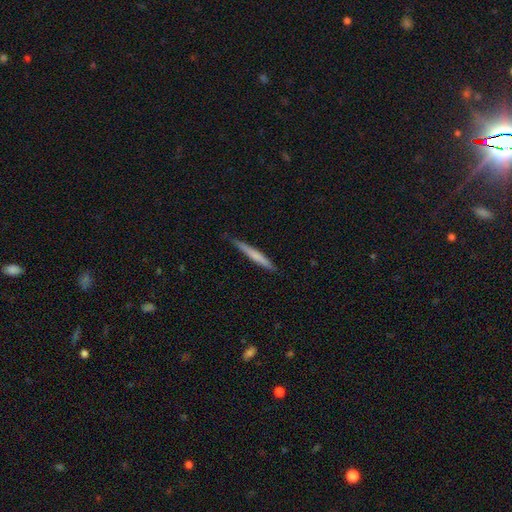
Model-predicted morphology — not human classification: Smooth or featured? Predicted: smooth (p=0.61). How rounded? Predicted: cigar-shaped (p=0.96). Merging? Predicted: none (p=0.84).